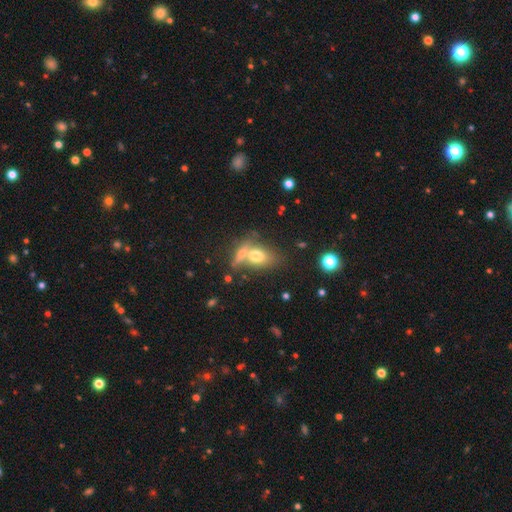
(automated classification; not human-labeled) Smooth or featured? Predicted: smooth (p=0.71). How rounded? Predicted: in between (p=0.71). Merging? Predicted: merger (p=0.49).